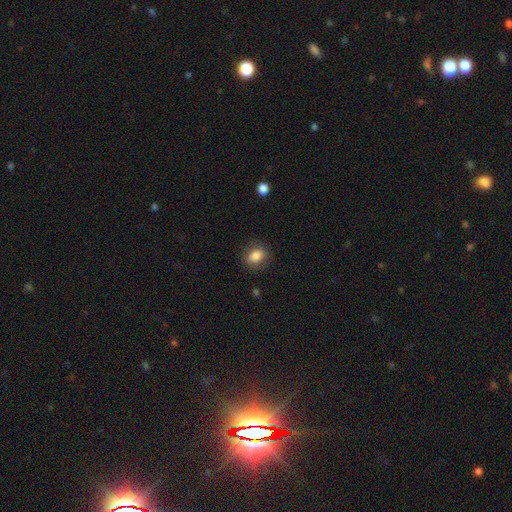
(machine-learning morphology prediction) The model was most divided on "how rounded": in between: 54%, round: 45%, cigar-shaped: 1%. More confident: merging — none (84%); smooth or featured — smooth (84%).